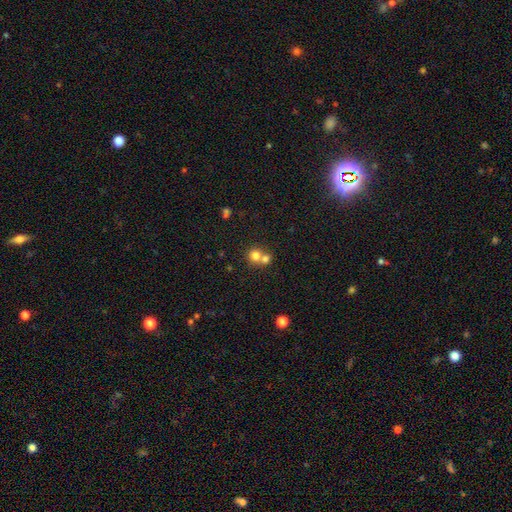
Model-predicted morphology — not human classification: Smooth or featured? Predicted: smooth (p=0.76). How rounded? Predicted: round (p=0.86). Merging? Predicted: merger (p=0.55).